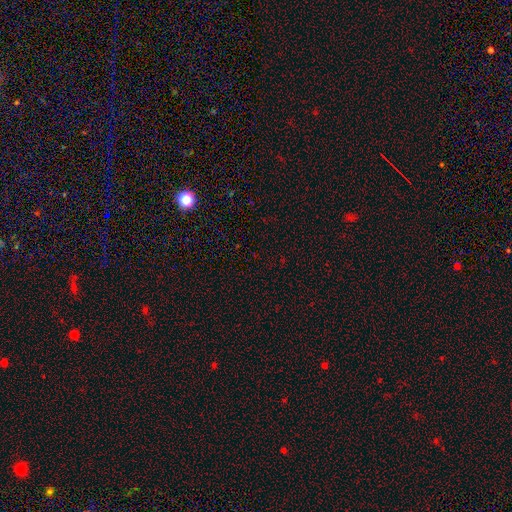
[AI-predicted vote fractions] Q: Smooth or featured?
A: star or artifact (67%); runner-up: smooth (26%)